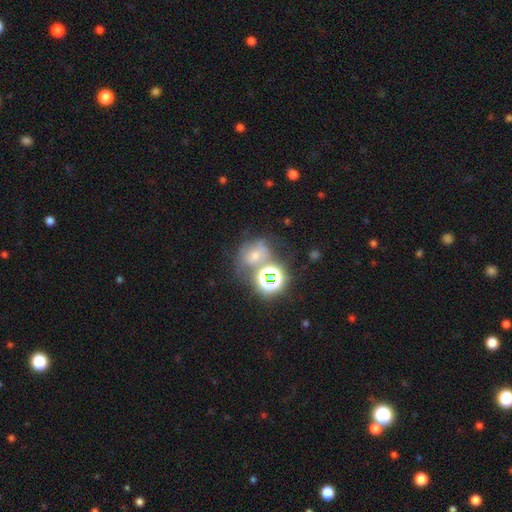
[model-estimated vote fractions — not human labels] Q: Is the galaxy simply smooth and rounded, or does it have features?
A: smooth — 44%.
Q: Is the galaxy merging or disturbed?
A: none — 41%.